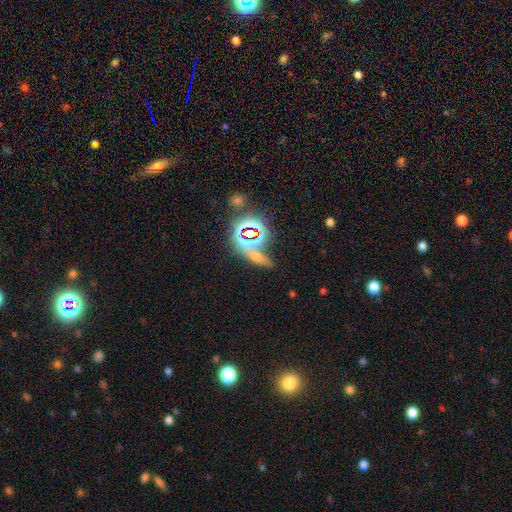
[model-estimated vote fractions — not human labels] A star or artifact, not a galaxy (56%).